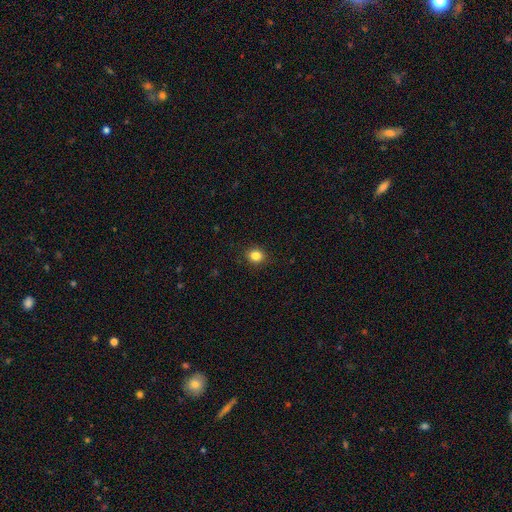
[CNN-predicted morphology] A smooth galaxy with no disk features (84%) that is round (81%). Merging: none (91%).